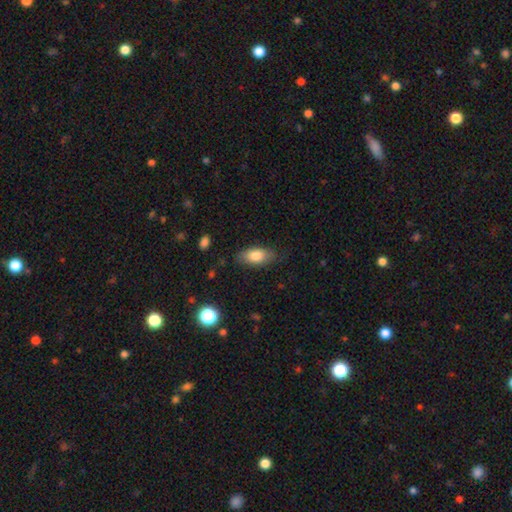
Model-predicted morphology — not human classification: Smooth or featured? Predicted: smooth (p=0.80). How rounded? Predicted: in between (p=0.88). Merging? Predicted: none (p=0.79).